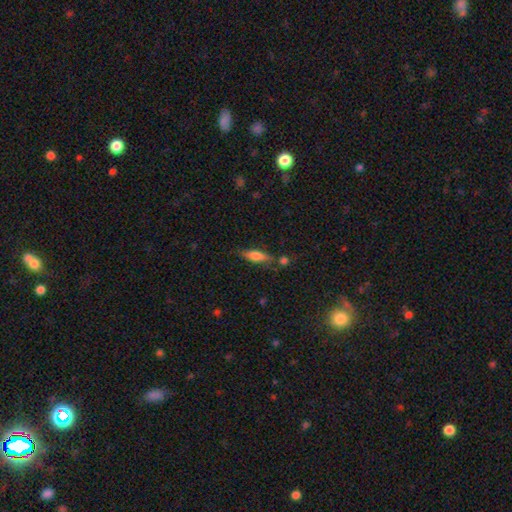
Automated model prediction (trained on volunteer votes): smooth_or_featured: smooth (p=0.65) [alt: featured or disk p=0.28]
how_rounded: cigar-shaped (p=0.52) [alt: in between p=0.46]
merging: none (p=0.68) [alt: minor disturbance p=0.18]